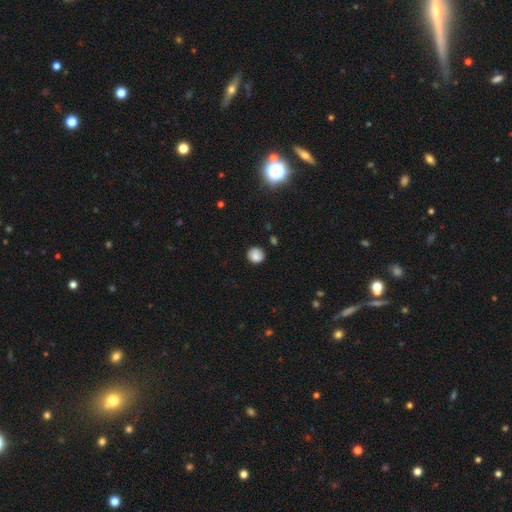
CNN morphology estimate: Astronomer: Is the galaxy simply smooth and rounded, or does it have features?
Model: smooth — 83%.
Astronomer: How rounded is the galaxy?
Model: round — 88%.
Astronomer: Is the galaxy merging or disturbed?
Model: none — 84%.